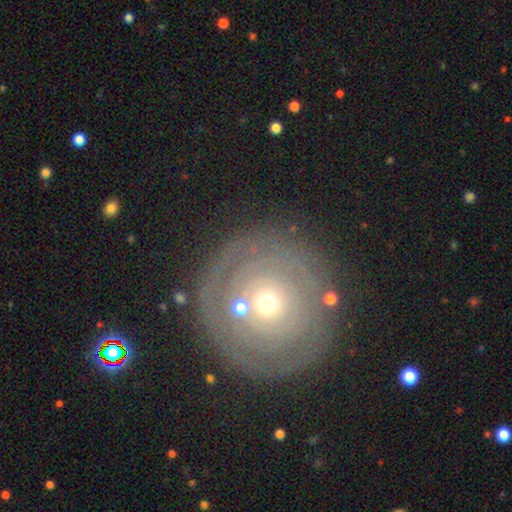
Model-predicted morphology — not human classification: Smooth or featured?
  - featured or disk: 59% *
  - smooth: 28%
  - star or artifact: 13%
Edge-on disk?
  - no: 95% *
  - yes: 5%
Bar?
  - no: 87% *
  - weak: 9%
  - strong: 4%
Spiral arms?
  - yes: 55% *
  - no: 45%
Bulge size?
  - small: 60% *
  - moderate: 34%
  - large: 3%
  - dominant: 2%
  - none: 1%
Merging?
  - none: 81% *
  - minor disturbance: 10%
  - major disturbance: 5%
  - merger: 4%